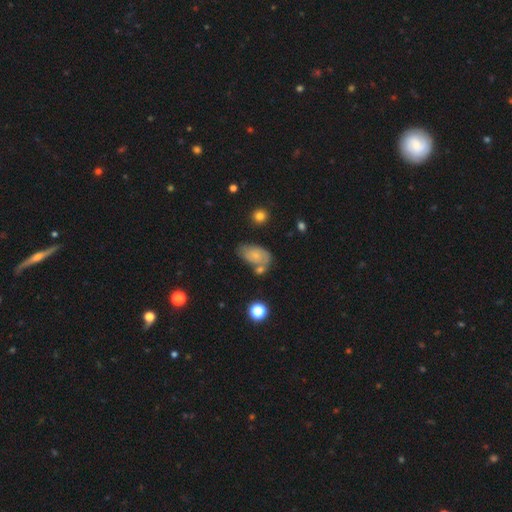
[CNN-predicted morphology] Smooth or featured? Predicted: smooth (p=0.54). How rounded? Predicted: in between (p=0.86). Merging? Predicted: none (p=0.44).